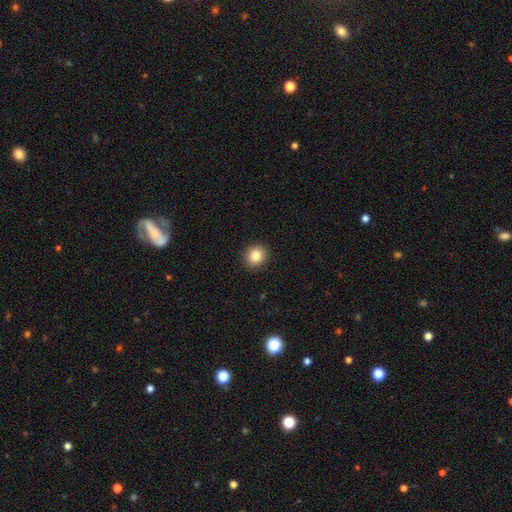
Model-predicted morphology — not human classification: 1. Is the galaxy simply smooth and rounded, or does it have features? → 84% smooth, 10% star or artifact, 6% featured or disk.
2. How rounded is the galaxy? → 87% round, 12% in between, 1% cigar-shaped.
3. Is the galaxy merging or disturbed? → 92% none, 5% minor disturbance, 2% major disturbance, 1% merger.